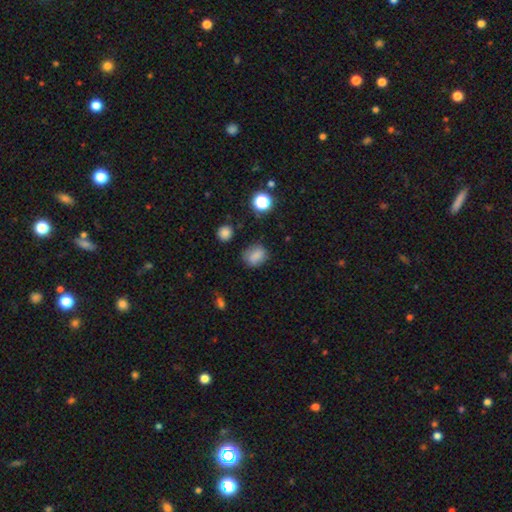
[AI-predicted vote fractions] smooth_or_featured: smooth (p=0.80) [alt: star or artifact p=0.12]
how_rounded: in between (p=0.50) [alt: round p=0.49]
merging: none (p=0.75) [alt: minor disturbance p=0.18]